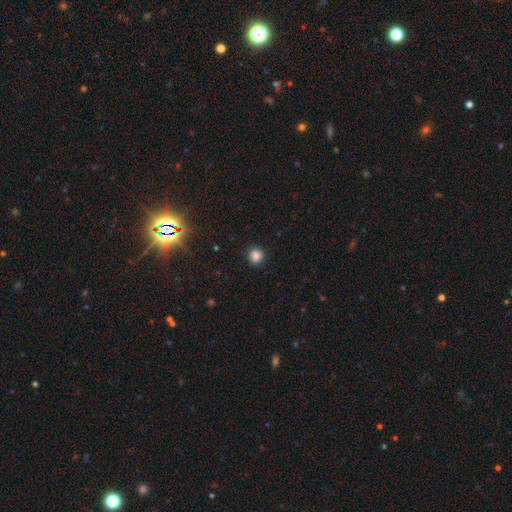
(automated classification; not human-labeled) Overall: smooth (83%). How rounded: round (81%). Merging: none (88%).